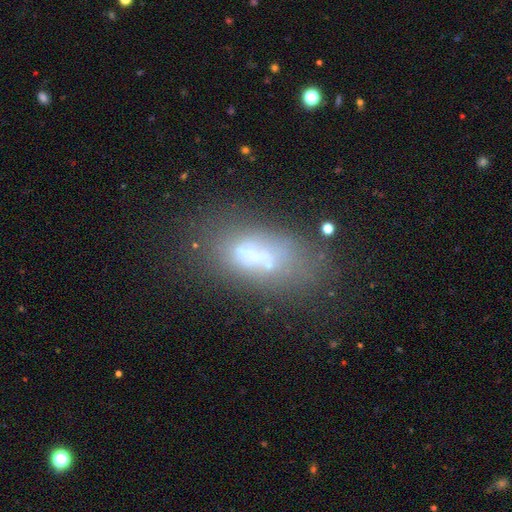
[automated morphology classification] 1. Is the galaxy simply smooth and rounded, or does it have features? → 43% smooth, 40% featured or disk, 17% star or artifact.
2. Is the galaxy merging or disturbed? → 42% none, 20% minor disturbance, 20% major disturbance, 18% merger.